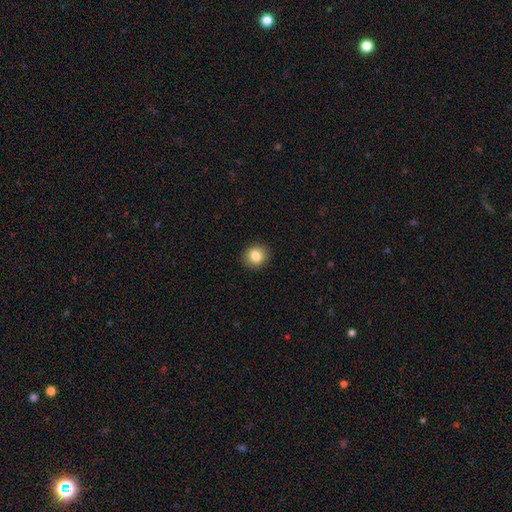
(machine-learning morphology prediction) Smooth or featured: smooth — 84% (star or artifact — 9%)
How rounded: round — 83% (in between — 16%)
Merging: none — 91% (minor disturbance — 6%)